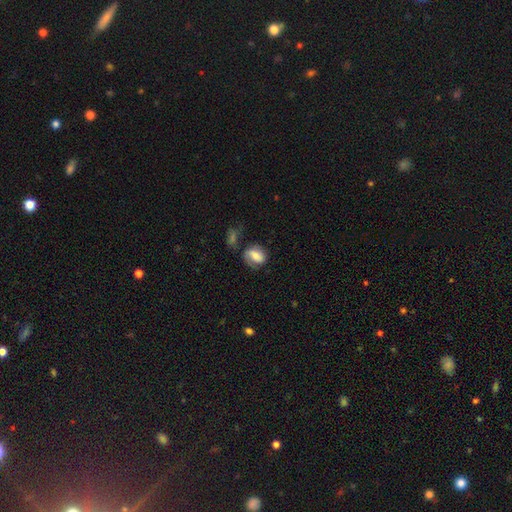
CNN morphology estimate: A smooth galaxy with no disk features (62%) that is in between round and cigar-shaped (63%). Merging: none (53%).